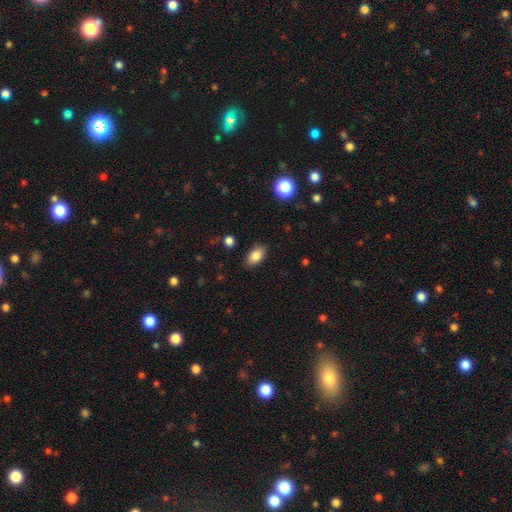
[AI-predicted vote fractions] Q: Smooth or featured?
A: smooth (84%); runner-up: star or artifact (8%)
Q: How rounded?
A: in between (90%); runner-up: round (8%)
Q: Merging?
A: none (85%); runner-up: minor disturbance (11%)